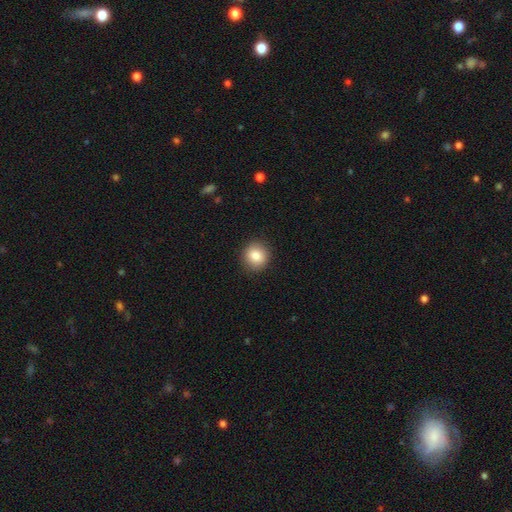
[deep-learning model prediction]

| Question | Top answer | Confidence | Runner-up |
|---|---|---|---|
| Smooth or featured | smooth | 84% | star or artifact (9%) |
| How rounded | round | 88% | in between (11%) |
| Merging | none | 91% | minor disturbance (6%) |